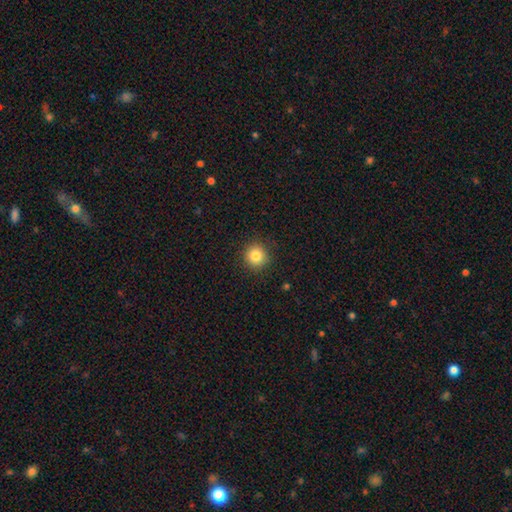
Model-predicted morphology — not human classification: Overall: smooth (84%). How rounded: round (94%). Merging: none (91%).